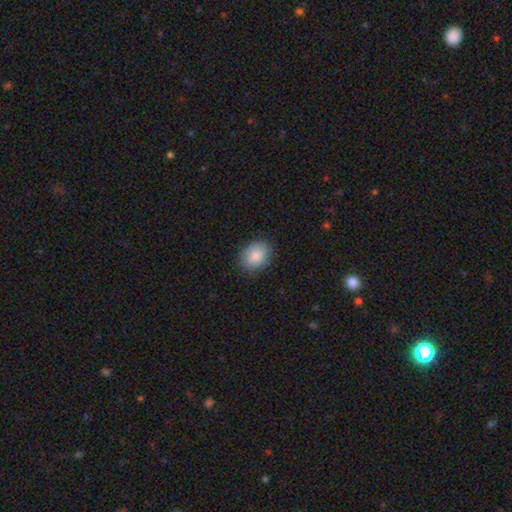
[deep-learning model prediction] A smooth galaxy with no disk features (87%) that is in between round and cigar-shaped (55%).

Vote fractions:
- Smooth or featured? smooth: 87% / star or artifact: 7% / featured or disk: 6%
- How rounded? in between: 55% / round: 44% / cigar-shaped: 1%
- Merging? none: 86% / minor disturbance: 11% / major disturbance: 3% / merger: 1%